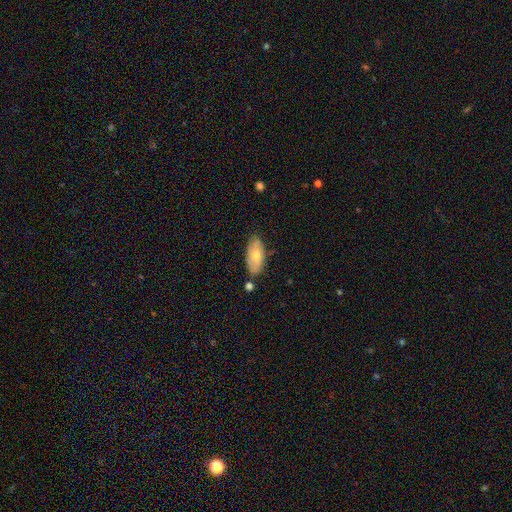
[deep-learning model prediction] Smooth or featured?
  - smooth: 64% *
  - featured or disk: 30%
  - star or artifact: 6%
How rounded?
  - in between: 88% *
  - cigar-shaped: 9%
  - round: 3%
Merging?
  - none: 68% *
  - minor disturbance: 21%
  - merger: 7%
  - major disturbance: 4%